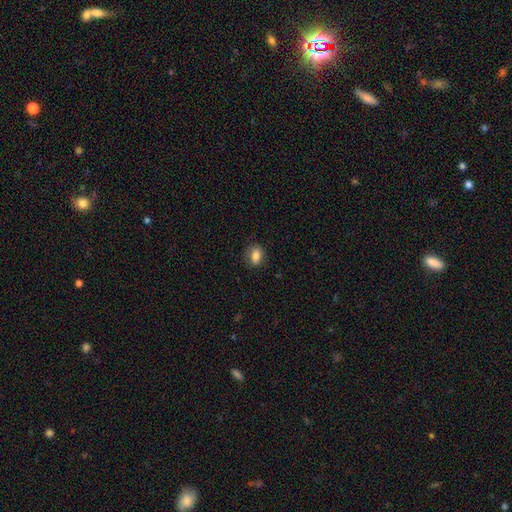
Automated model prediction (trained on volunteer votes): The model was most divided on "how rounded": in between: 74%, round: 24%, cigar-shaped: 2%. More confident: smooth or featured — smooth (83%); merging — none (78%).